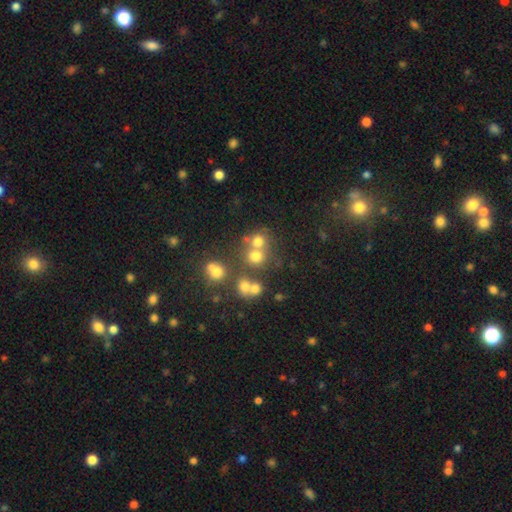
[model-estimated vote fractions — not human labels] Smooth or featured? Predicted: smooth (p=0.65). How rounded? Predicted: round (p=0.86). Merging? Predicted: none (p=0.56).